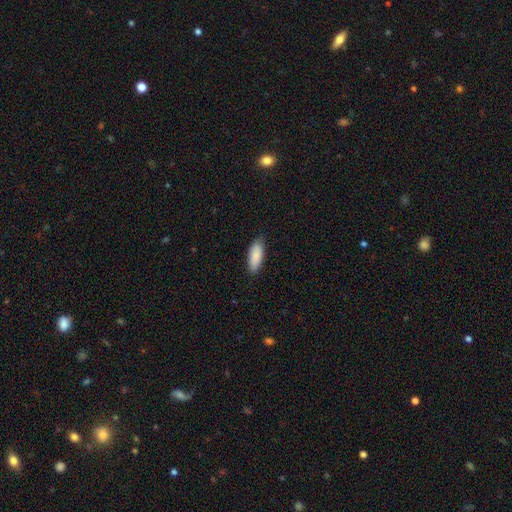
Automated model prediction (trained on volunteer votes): smooth-or-featured: smooth: 88% | featured or disk: 6% | star or artifact: 6%
  how-rounded: in between: 74% | cigar-shaped: 25% | round: 2%
  merging: none: 86% | minor disturbance: 12% | major disturbance: 2% | merger: 1%